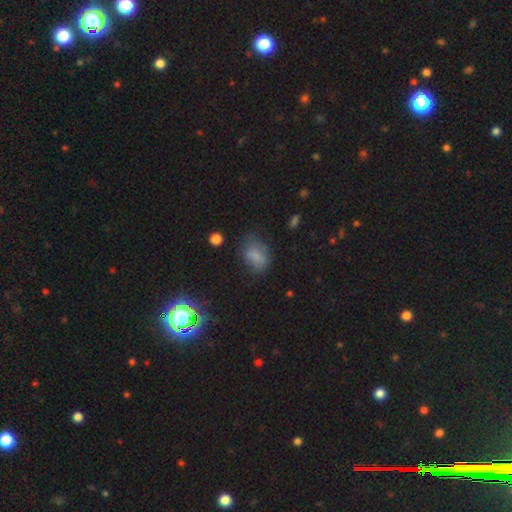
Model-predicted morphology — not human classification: Smooth or featured?
  - smooth: 71% *
  - featured or disk: 15%
  - star or artifact: 14%
How rounded?
  - in between: 78% *
  - round: 20%
  - cigar-shaped: 2%
Merging?
  - none: 51% *
  - minor disturbance: 30%
  - major disturbance: 16%
  - merger: 3%